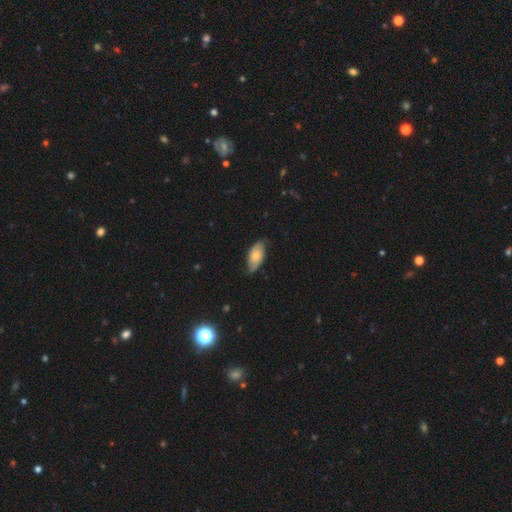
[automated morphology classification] Smooth or featured?
  - smooth: 51% *
  - featured or disk: 43%
  - star or artifact: 7%
How rounded?
  - in between: 90% *
  - cigar-shaped: 6%
  - round: 3%
Merging?
  - none: 68% *
  - minor disturbance: 25%
  - major disturbance: 6%
  - merger: 1%